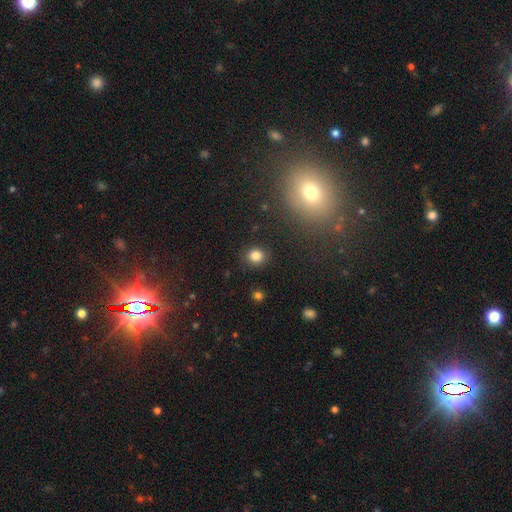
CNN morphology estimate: Smooth or featured?
  - smooth: 83% *
  - star or artifact: 12%
  - featured or disk: 5%
How rounded?
  - round: 82% *
  - in between: 17%
  - cigar-shaped: 1%
Merging?
  - none: 89% *
  - minor disturbance: 7%
  - major disturbance: 2%
  - merger: 2%